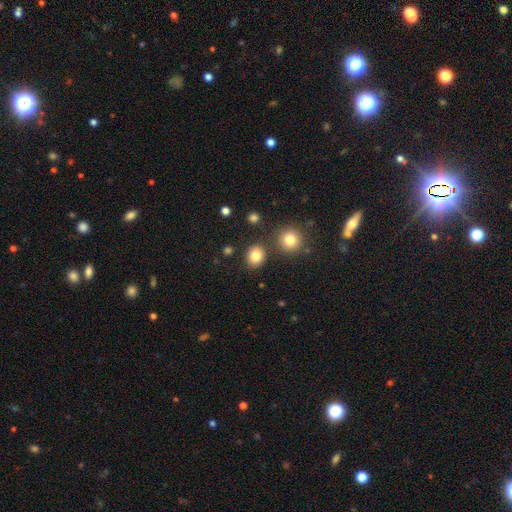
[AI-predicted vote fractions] Smooth or featured? smooth (83%)
How rounded? round (69%)
Merging? none (83%)